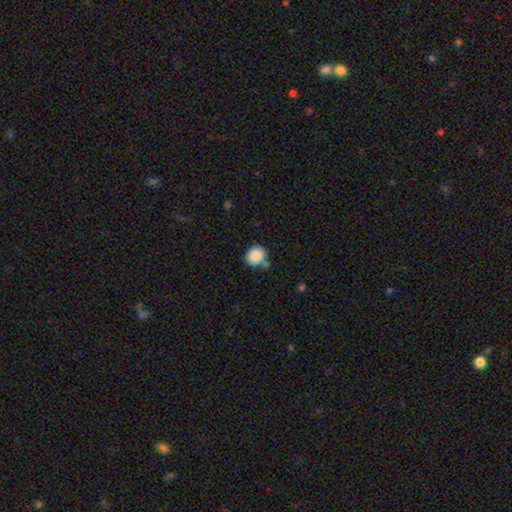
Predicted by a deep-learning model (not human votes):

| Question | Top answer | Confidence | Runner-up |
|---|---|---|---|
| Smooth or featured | smooth | 88% | star or artifact (8%) |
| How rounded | round | 74% | in between (25%) |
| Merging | none | 73% | minor disturbance (13%) |